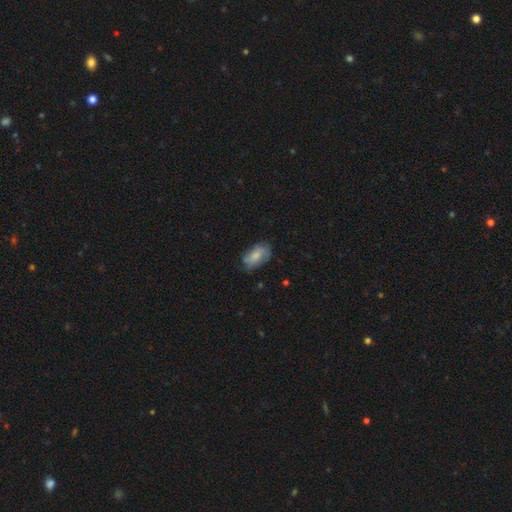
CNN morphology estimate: Smooth or featured?
  - smooth: 71% *
  - featured or disk: 22%
  - star or artifact: 7%
How rounded?
  - in between: 92% *
  - round: 5%
  - cigar-shaped: 3%
Merging?
  - none: 60% *
  - minor disturbance: 29%
  - major disturbance: 9%
  - merger: 2%